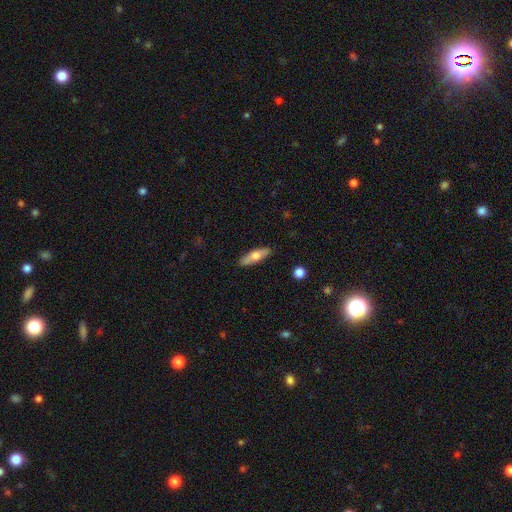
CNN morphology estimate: Smooth or featured? Predicted: smooth (p=0.58). How rounded? Predicted: cigar-shaped (p=0.56). Merging? Predicted: none (p=0.87).